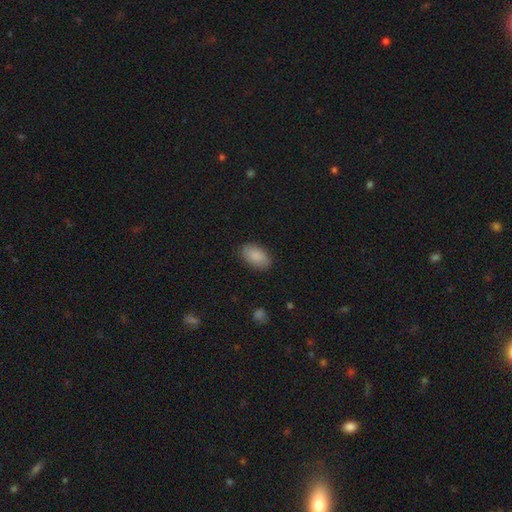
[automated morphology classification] smooth 89%, star or artifact 6%, featured or disk 5%. Down the decision tree: how rounded — in between (94%); merging — none (86%).